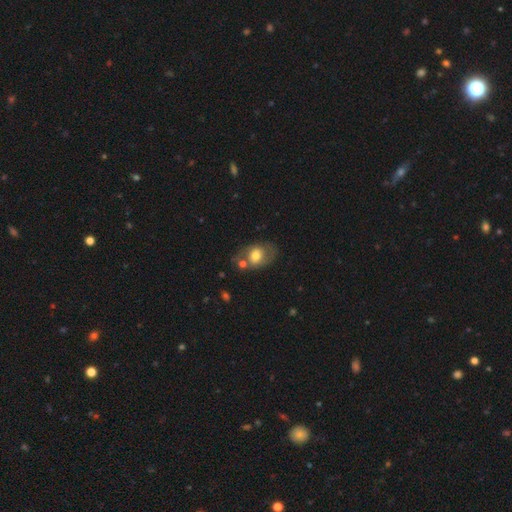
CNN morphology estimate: This is likely a smooth galaxy (62%). How rounded: likely in between (66%). Merging: possibly none (50%).